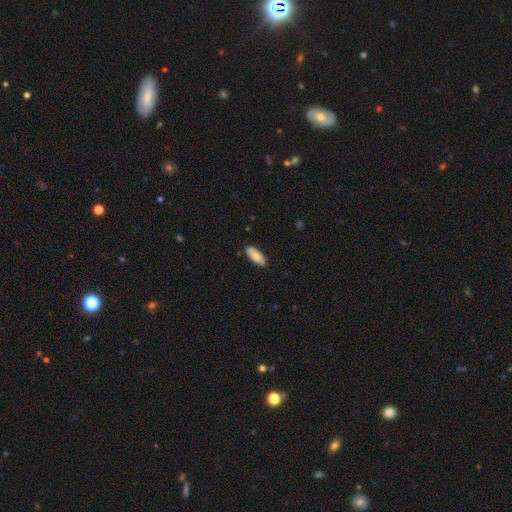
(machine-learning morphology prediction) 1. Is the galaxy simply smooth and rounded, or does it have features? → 84% smooth, 10% featured or disk, 6% star or artifact.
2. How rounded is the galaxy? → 81% in between, 17% cigar-shaped, 2% round.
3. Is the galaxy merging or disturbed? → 85% none, 12% minor disturbance, 2% major disturbance, 1% merger.